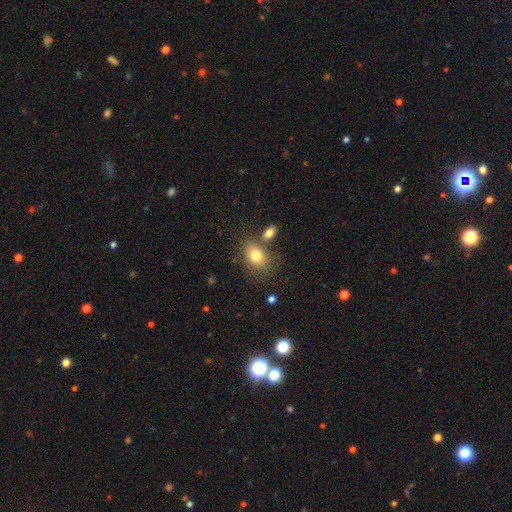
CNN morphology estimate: The model was most divided on "merging": none: 60%, merger: 19%, minor disturbance: 16%, major disturbance: 6%. More confident: smooth or featured — smooth (78%); how rounded — in between (74%).